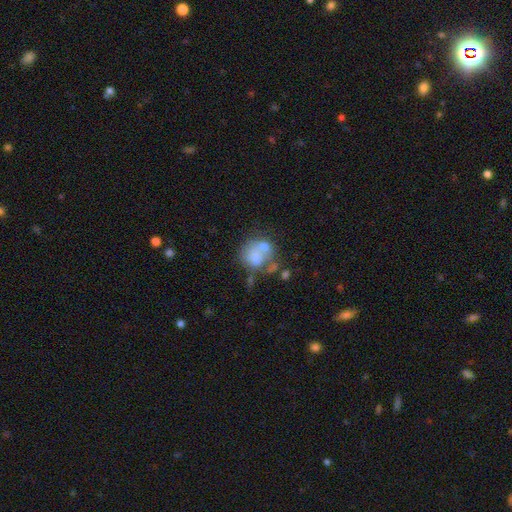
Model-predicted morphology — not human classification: This appears to be a smooth galaxy with no disk features (60%) that is round (69%). Merging: merger (38%).